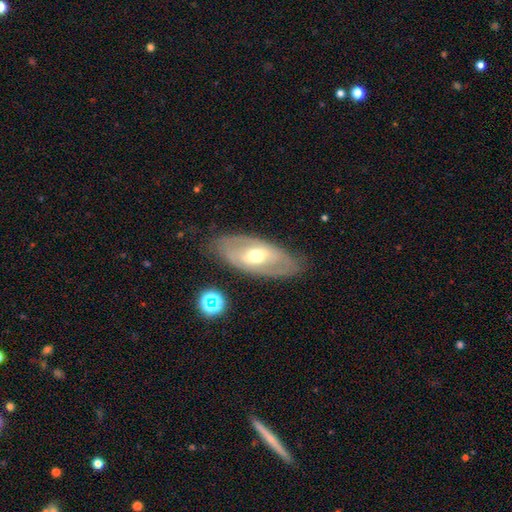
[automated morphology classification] A featured or disk galaxy (67%) with a weak bar (38%), no spiral arms (52%) and a moderate central bulge (69%). Merging: none (79%).